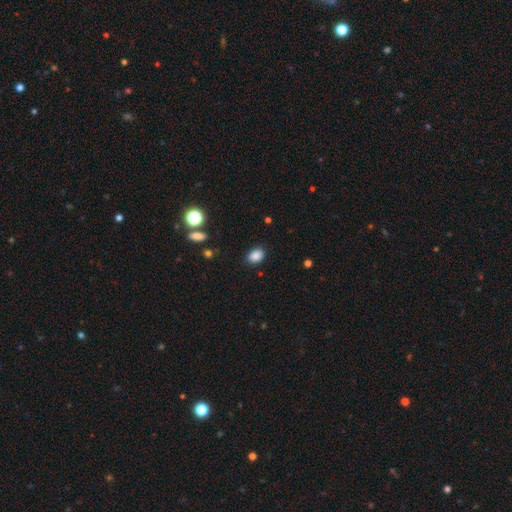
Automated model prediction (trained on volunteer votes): Smooth or featured?
  - smooth: 86% *
  - star or artifact: 10%
  - featured or disk: 4%
How rounded?
  - in between: 75% *
  - round: 24%
  - cigar-shaped: 1%
Merging?
  - none: 84% *
  - minor disturbance: 12%
  - major disturbance: 3%
  - merger: 1%